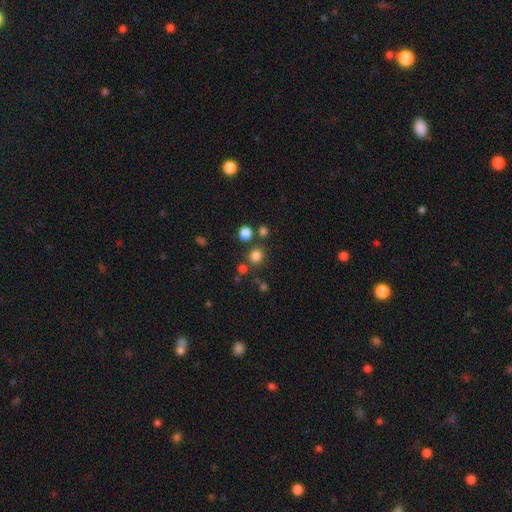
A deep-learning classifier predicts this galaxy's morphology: smooth-or-featured: smooth: 79% | star or artifact: 16% | featured or disk: 5%
  how-rounded: round: 85% | in between: 14% | cigar-shaped: 1%
  merging: none: 77% | merger: 11% | minor disturbance: 8% | major disturbance: 4%